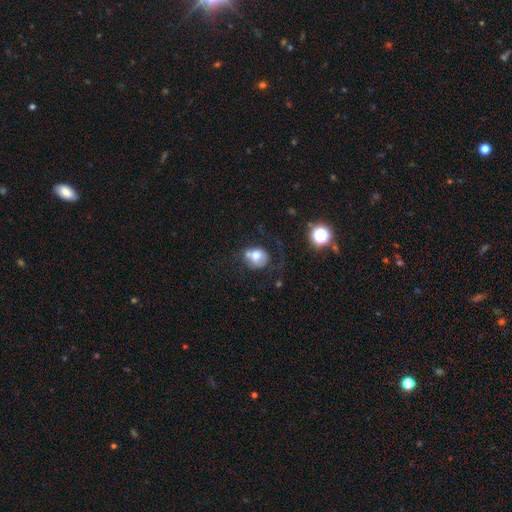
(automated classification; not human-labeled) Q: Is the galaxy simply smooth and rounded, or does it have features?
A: smooth — 68%.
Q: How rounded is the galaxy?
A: round — 65%.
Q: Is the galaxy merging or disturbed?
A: none — 39%.